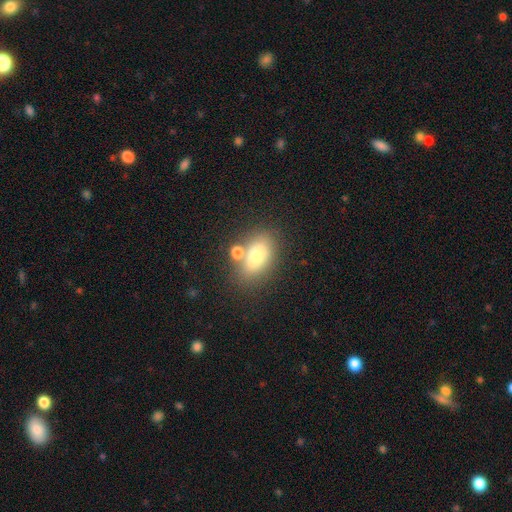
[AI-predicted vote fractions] smooth-or-featured: smooth: 75% | featured or disk: 14% | star or artifact: 11%
  how-rounded: in between: 83% | round: 14% | cigar-shaped: 3%
  merging: none: 65% | merger: 17% | minor disturbance: 13% | major disturbance: 5%